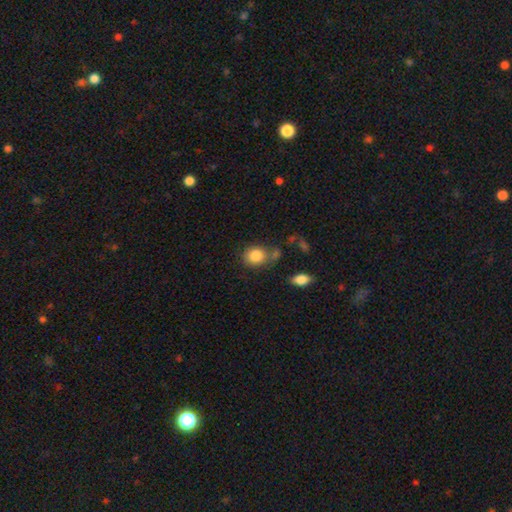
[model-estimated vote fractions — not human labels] Smooth or featured? smooth (85%)
How rounded? round (63%)
Merging? none (67%)